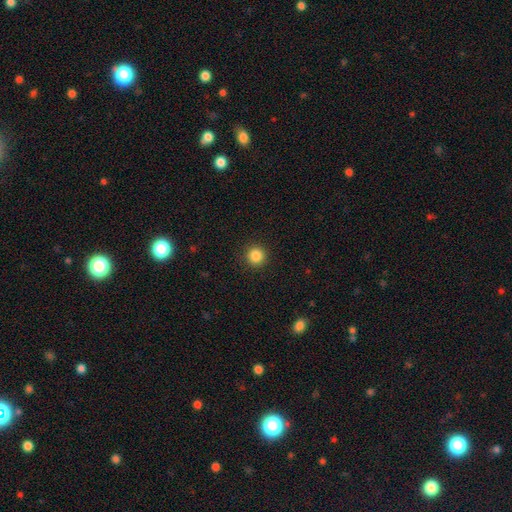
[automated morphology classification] Smooth or featured: smooth — 85% (star or artifact — 11%)
How rounded: round — 95% (in between — 4%)
Merging: none — 92% (minor disturbance — 5%)